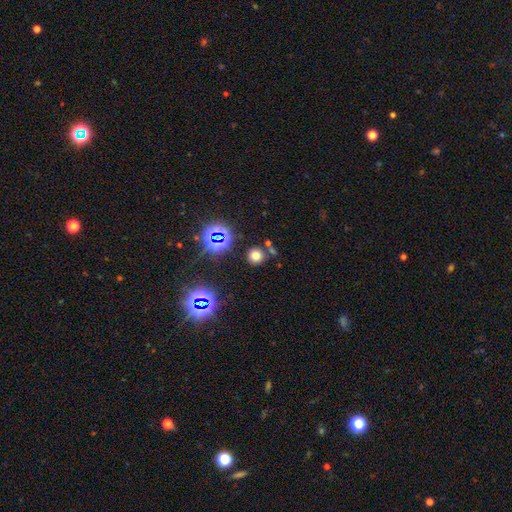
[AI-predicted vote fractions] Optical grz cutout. It shows a smooth galaxy with no disk features (67%) that is round (92%). Merging: none (80%).